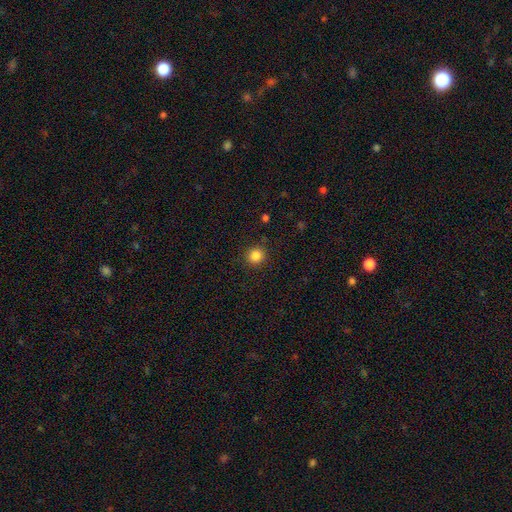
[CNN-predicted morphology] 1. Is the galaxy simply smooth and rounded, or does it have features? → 85% smooth, 11% star or artifact, 4% featured or disk.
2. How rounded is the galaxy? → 91% round, 8% in between, 1% cigar-shaped.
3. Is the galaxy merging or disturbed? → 89% none, 7% minor disturbance, 3% major disturbance, 1% merger.